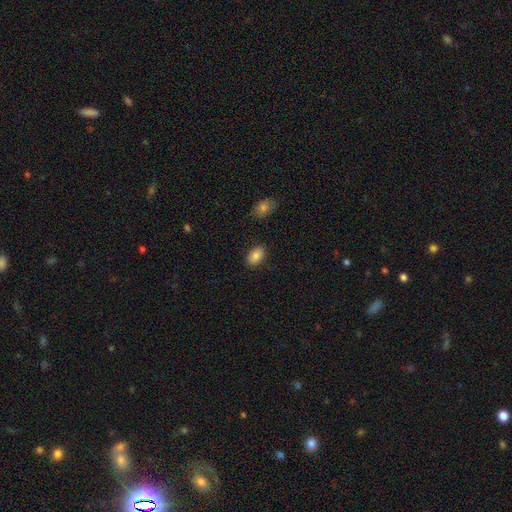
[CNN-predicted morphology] smooth_or_featured: smooth (p=0.84) [alt: featured or disk p=0.09]
how_rounded: in between (p=0.89) [alt: round p=0.10]
merging: none (p=0.86) [alt: minor disturbance p=0.09]